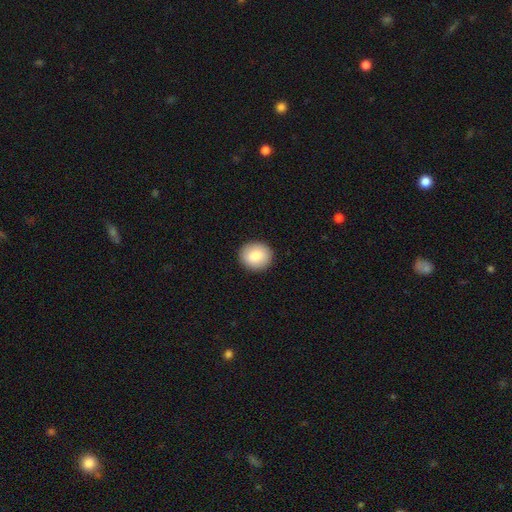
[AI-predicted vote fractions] smooth 84%, featured or disk 9%, star or artifact 7%. Down the decision tree: how rounded — round (83%); merging — none (91%).